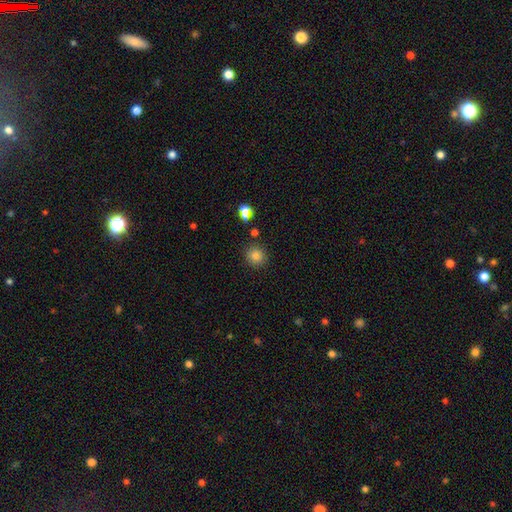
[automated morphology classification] smooth 81%, star or artifact 13%, featured or disk 6%. Down the decision tree: how rounded — round (91%); merging — none (87%).